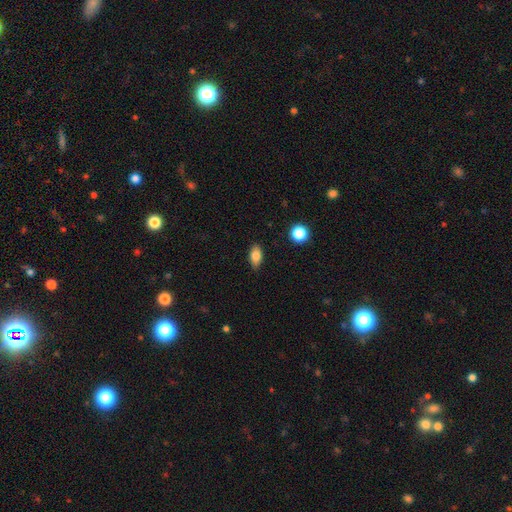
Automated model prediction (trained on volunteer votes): smooth_or_featured: smooth (p=0.82) [alt: featured or disk p=0.09]
how_rounded: in between (p=0.87) [alt: round p=0.08]
merging: none (p=0.85) [alt: minor disturbance p=0.11]